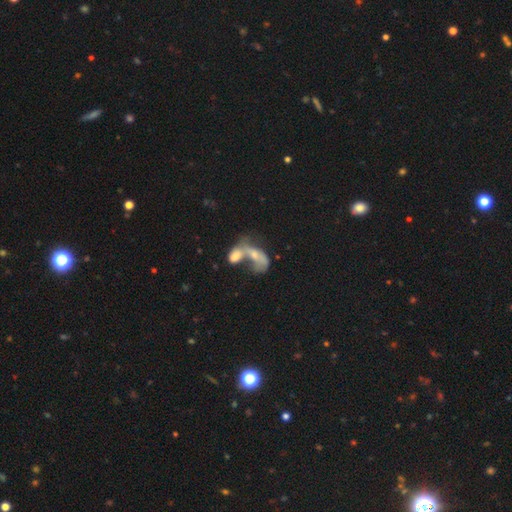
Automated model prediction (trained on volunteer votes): Q: Smooth or featured?
A: smooth (52%); runner-up: featured or disk (38%)
Q: How rounded?
A: in between (83%); runner-up: cigar-shaped (9%)
Q: Merging?
A: merger (73%); runner-up: major disturbance (14%)